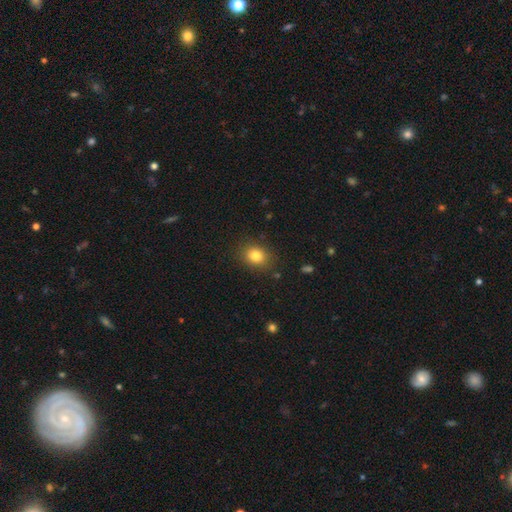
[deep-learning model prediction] This is clearly a smooth galaxy (82%). How rounded: possibly round (54%). Merging: clearly none (86%).